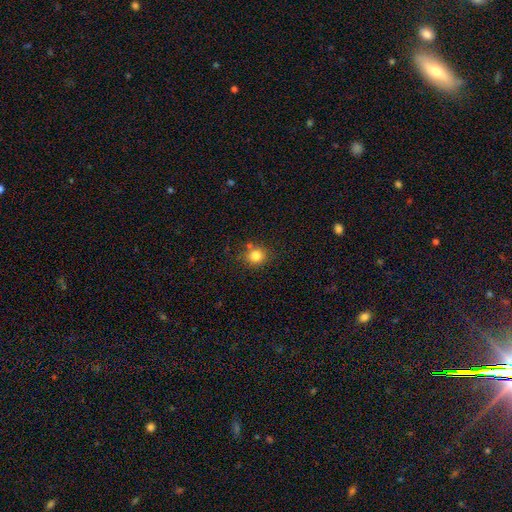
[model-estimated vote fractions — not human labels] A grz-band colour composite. It shows a smooth galaxy with no disk features (81%) that is round (81%). Merging: none (77%).